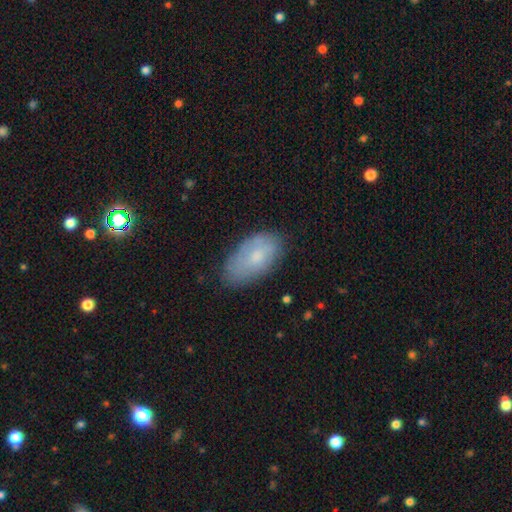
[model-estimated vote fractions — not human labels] This appears to be a smooth galaxy with no disk features (65%) that is in between round and cigar-shaped (94%). Merging: none (72%).